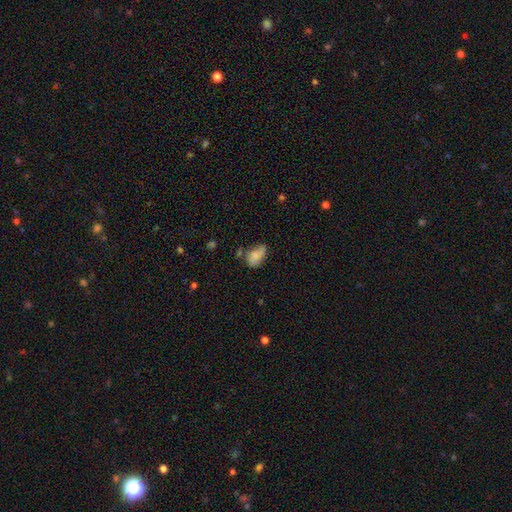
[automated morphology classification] Q: Smooth or featured?
A: smooth (79%); runner-up: featured or disk (12%)
Q: How rounded?
A: in between (89%); runner-up: round (8%)
Q: Merging?
A: none (44%); runner-up: minor disturbance (36%)